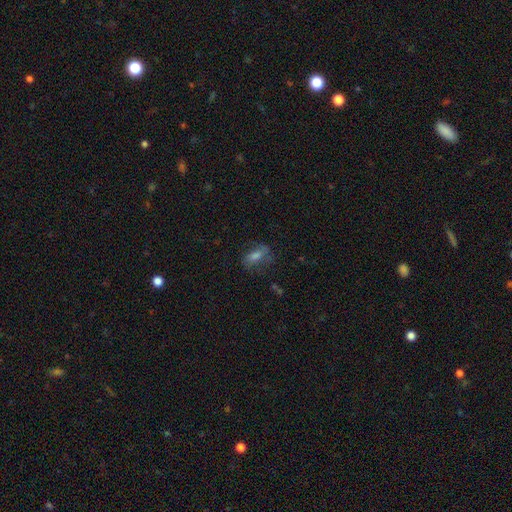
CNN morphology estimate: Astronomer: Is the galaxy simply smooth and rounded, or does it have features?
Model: smooth — 50% (runner-up: featured or disk, 31%).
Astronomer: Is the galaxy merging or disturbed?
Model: none — 61%.